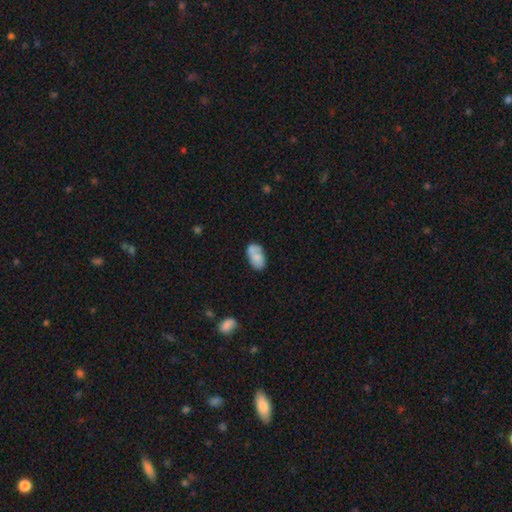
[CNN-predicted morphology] Q: Smooth or featured?
A: smooth (69%); runner-up: featured or disk (23%)
Q: How rounded?
A: in between (92%); runner-up: round (6%)
Q: Merging?
A: none (52%); runner-up: minor disturbance (24%)